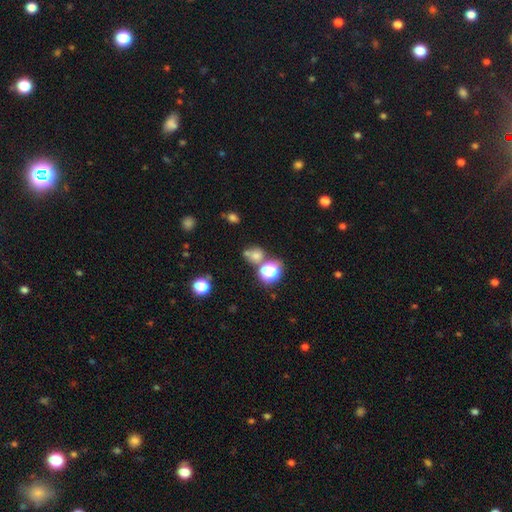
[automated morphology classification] Smooth or featured? Predicted: smooth (p=0.64). How rounded? Predicted: round (p=0.79). Merging? Predicted: none (p=0.56).